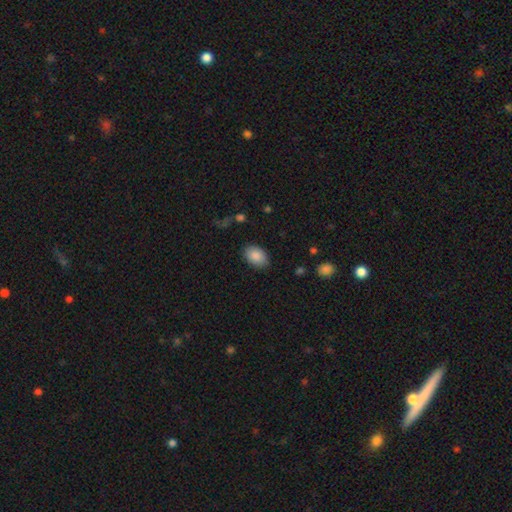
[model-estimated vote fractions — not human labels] Overall: smooth (89%). How rounded: in between (86%). Merging: none (86%).